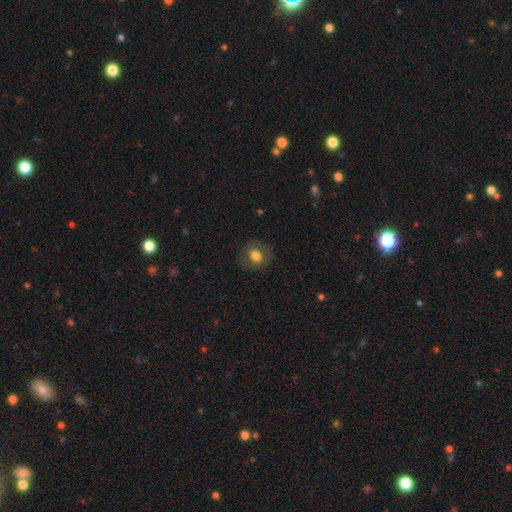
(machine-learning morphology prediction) Smooth or featured? Predicted: smooth (p=0.71). How rounded? Predicted: round (p=0.72). Merging? Predicted: none (p=0.85).